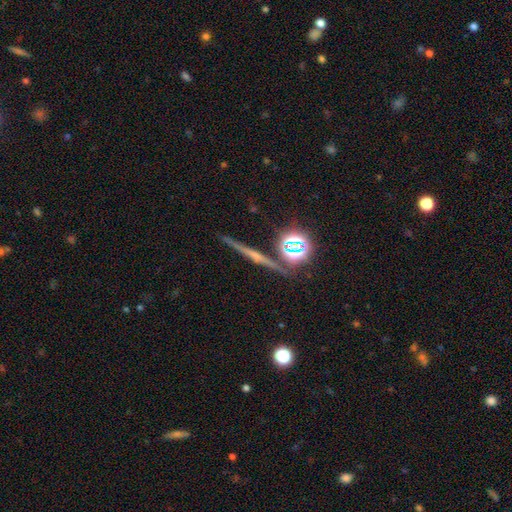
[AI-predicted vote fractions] smooth_or_featured: featured or disk (p=0.60) [alt: star or artifact p=0.21]
disk_edge_on: yes (p=0.96) [alt: no p=0.04]
edge_on_bulge: rounded (p=0.54) [alt: none p=0.35]
merging: none (p=0.88) [alt: minor disturbance p=0.06]